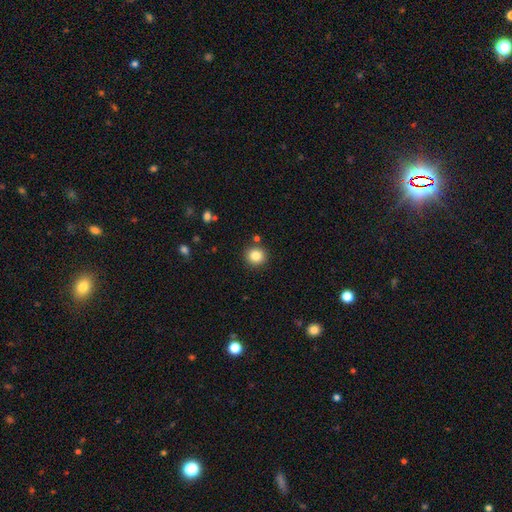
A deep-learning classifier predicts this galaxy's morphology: The model was most divided on "smooth or featured": smooth: 84%, star or artifact: 10%, featured or disk: 6%. More confident: how rounded — round (92%); merging — none (88%).